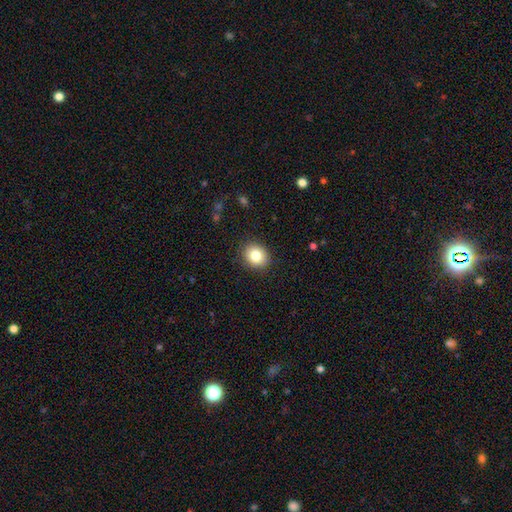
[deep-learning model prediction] Q: Smooth or featured?
A: smooth (82%); runner-up: star or artifact (10%)
Q: How rounded?
A: round (70%); runner-up: in between (30%)
Q: Merging?
A: none (89%); runner-up: minor disturbance (8%)